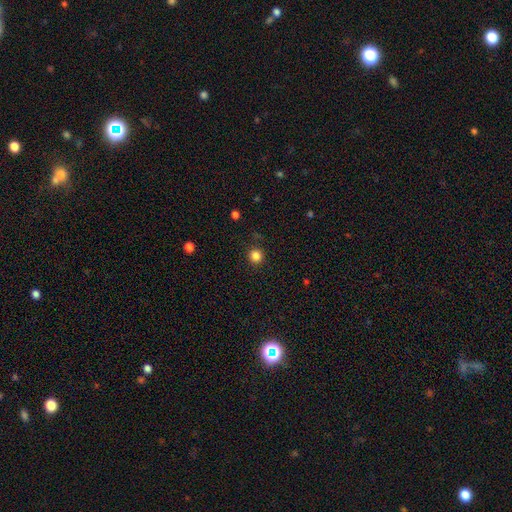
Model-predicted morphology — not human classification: Q: Smooth or featured?
A: smooth (84%); runner-up: star or artifact (12%)
Q: How rounded?
A: round (94%); runner-up: in between (5%)
Q: Merging?
A: none (90%); runner-up: minor disturbance (7%)